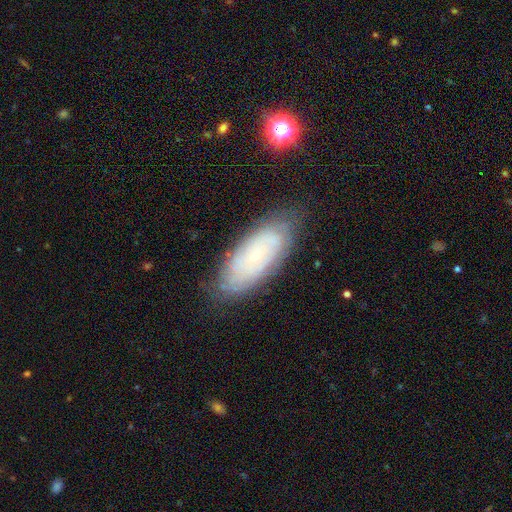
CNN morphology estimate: Q: Smooth or featured?
A: featured or disk (56%); runner-up: smooth (35%)
Q: Edge-on disk?
A: no (89%); runner-up: yes (11%)
Q: Merging?
A: none (76%); runner-up: minor disturbance (18%)